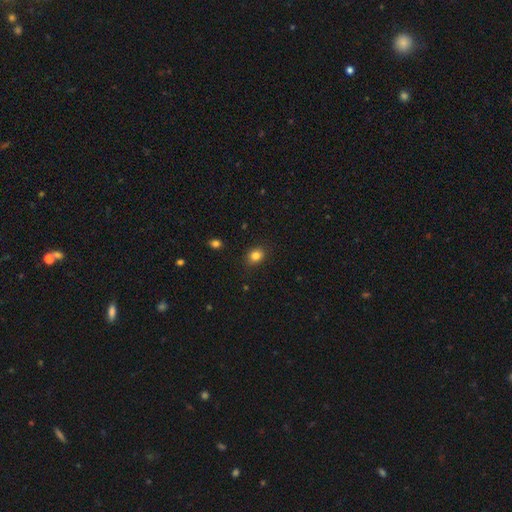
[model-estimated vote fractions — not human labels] Smooth or featured?
  - smooth: 83% *
  - star or artifact: 11%
  - featured or disk: 6%
How rounded?
  - in between: 50% *
  - round: 49%
  - cigar-shaped: 1%
Merging?
  - none: 87% *
  - minor disturbance: 9%
  - major disturbance: 2%
  - merger: 1%